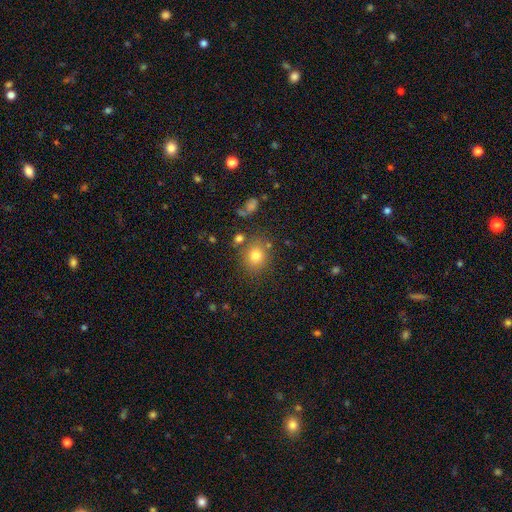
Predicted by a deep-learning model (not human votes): Smooth or featured? Predicted: smooth (p=0.77). How rounded? Predicted: round (p=0.73). Merging? Predicted: none (p=0.77).